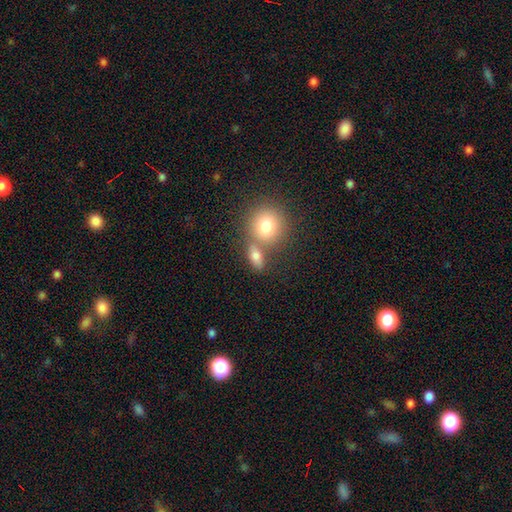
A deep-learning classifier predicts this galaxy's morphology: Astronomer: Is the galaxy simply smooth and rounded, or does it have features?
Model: smooth — 78%.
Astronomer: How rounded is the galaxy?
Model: in between — 57% (runner-up: round, 36%).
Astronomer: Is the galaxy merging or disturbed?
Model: none — 54% (runner-up: merger, 32%).